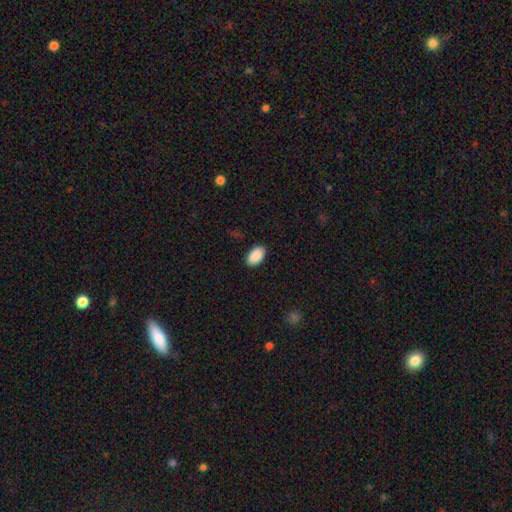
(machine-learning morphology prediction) This appears to be a smooth galaxy with no disk features (90%) that is in between round and cigar-shaped (95%). Merging: none (88%).